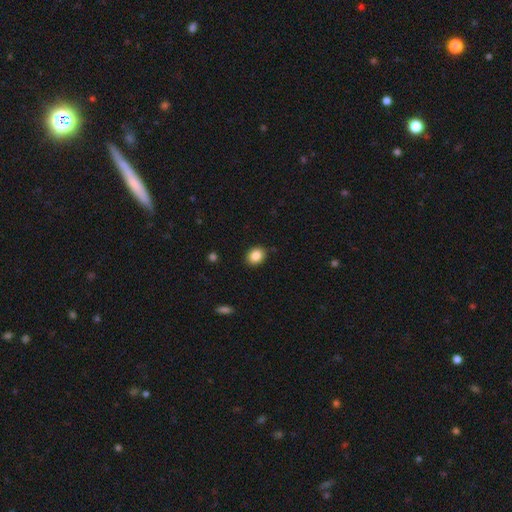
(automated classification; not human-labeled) smooth 87%, star or artifact 9%, featured or disk 4%. Down the decision tree: how rounded — round (52%); merging — none (88%).